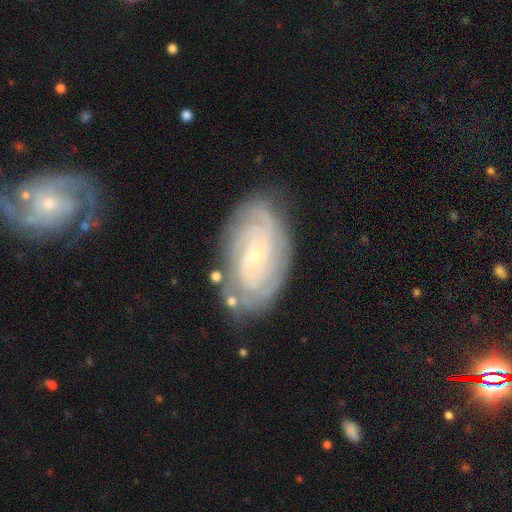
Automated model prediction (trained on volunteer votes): Smooth or featured: featured or disk — 81% (smooth — 12%)
Edge-on disk: no — 96% (yes — 4%)
Bar: no — 65% (weak — 29%)
Spiral arms: yes — 95% (no — 5%)
Spiral winding: tight — 70% (medium — 24%)
Spiral arm count: can't tell — 35% (2 — 17%)
Bulge size: small — 83% (moderate — 12%)
Merging: none — 75% (minor disturbance — 17%)